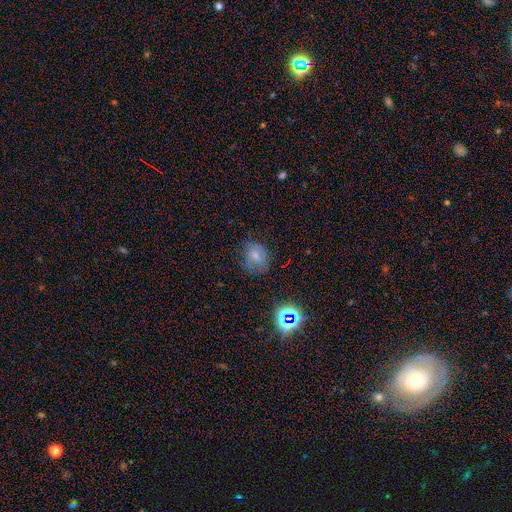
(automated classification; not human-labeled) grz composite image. It shows a smooth galaxy with no disk features (59%) that is round (52%). Merging: none (62%).